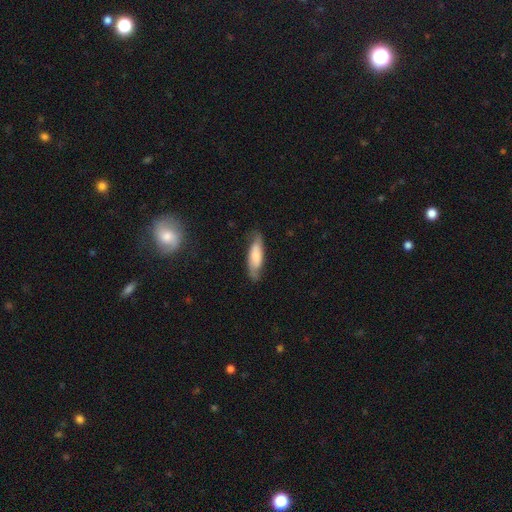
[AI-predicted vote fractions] This appears to be a smooth galaxy with no disk features (56%) that is in between round and cigar-shaped (50%). Merging: none (73%).